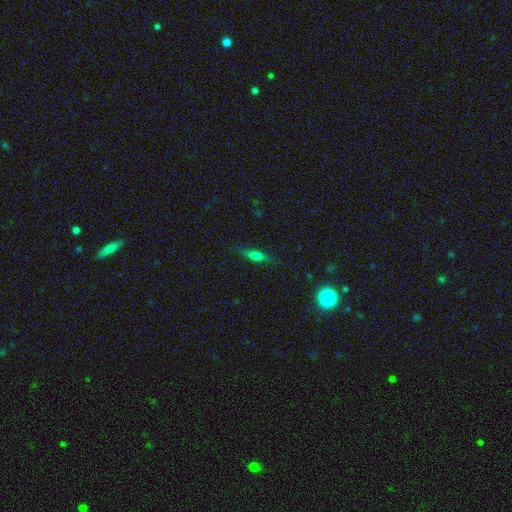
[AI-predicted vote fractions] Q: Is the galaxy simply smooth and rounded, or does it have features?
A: smooth — 59%.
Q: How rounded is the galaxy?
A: cigar-shaped — 60%.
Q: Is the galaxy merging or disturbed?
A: none — 81%.